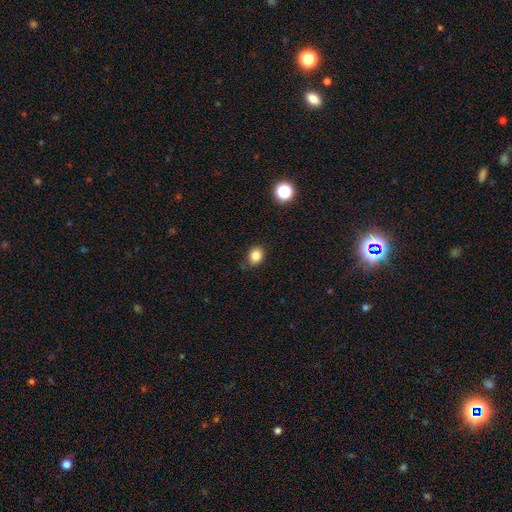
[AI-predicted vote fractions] smooth_or_featured: smooth (p=0.82) [alt: star or artifact p=0.12]
how_rounded: round (p=0.55) [alt: in between p=0.44]
merging: none (p=0.83) [alt: minor disturbance p=0.12]